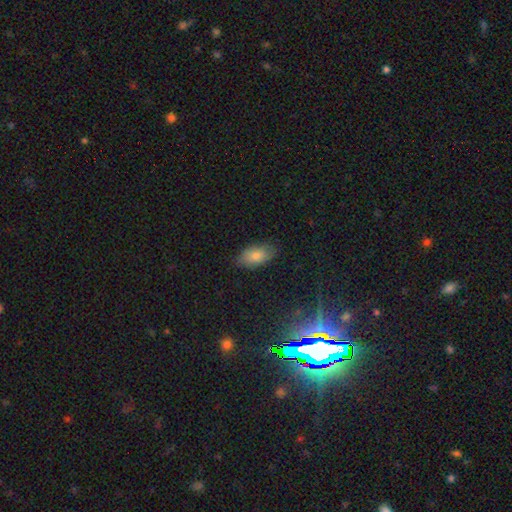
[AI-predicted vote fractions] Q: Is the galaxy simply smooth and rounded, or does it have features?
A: smooth — 74%.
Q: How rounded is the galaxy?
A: in between — 91%.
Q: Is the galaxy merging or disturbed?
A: none — 82%.